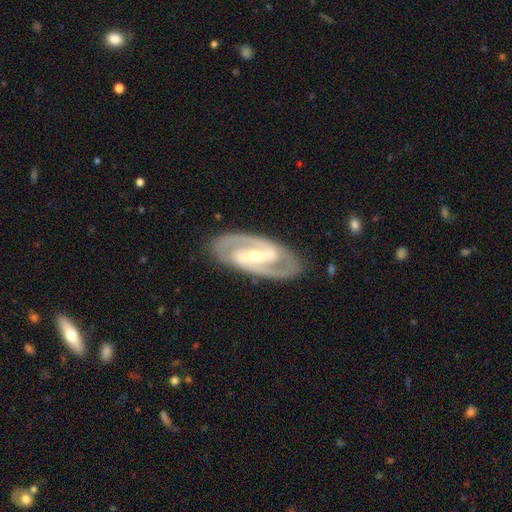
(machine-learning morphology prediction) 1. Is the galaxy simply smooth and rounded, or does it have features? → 90% featured or disk, 7% smooth, 4% star or artifact.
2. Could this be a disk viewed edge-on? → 95% no, 5% yes.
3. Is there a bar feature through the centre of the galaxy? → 68% strong, 24% weak, 8% no.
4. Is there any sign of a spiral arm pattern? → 94% yes, 6% no.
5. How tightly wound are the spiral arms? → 50% medium, 39% tight, 11% loose.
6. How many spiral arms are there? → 92% 2, 3% can't tell, 1% 3, 1% 1, 1% 4, 1% more than 4.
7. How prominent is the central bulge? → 50% small, 45% moderate, 3% large, 1% none, 1% dominant.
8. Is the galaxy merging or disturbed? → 87% none, 10% minor disturbance, 3% major disturbance, 1% merger.